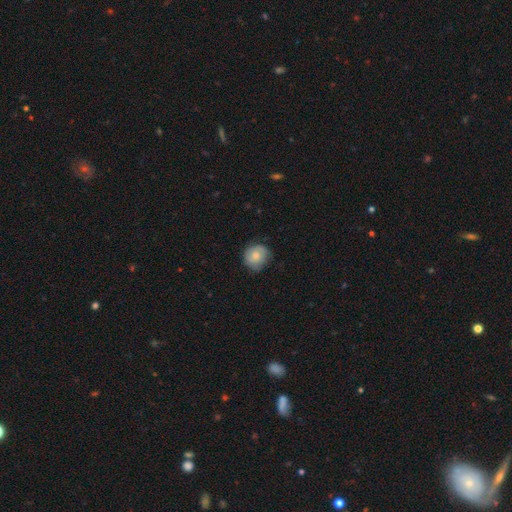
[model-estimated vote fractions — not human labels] This appears to be a smooth galaxy with no disk features (78%) that is round (84%). Merging: none (74%).